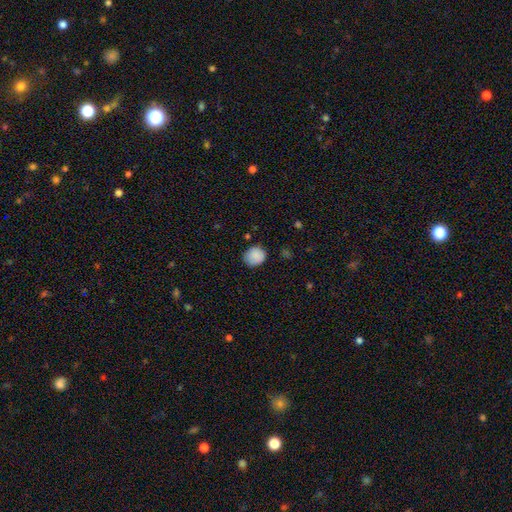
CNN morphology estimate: Smooth or featured?
  - smooth: 87% *
  - star or artifact: 8%
  - featured or disk: 4%
How rounded?
  - round: 76% *
  - in between: 23%
  - cigar-shaped: 1%
Merging?
  - none: 78% *
  - minor disturbance: 18%
  - major disturbance: 3%
  - merger: 2%